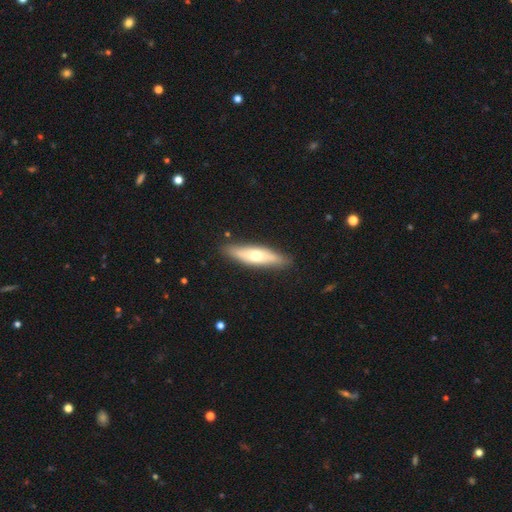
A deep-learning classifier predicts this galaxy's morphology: A smooth galaxy with no disk features (52%) that is cigar-shaped (69%). Merging: none (86%).